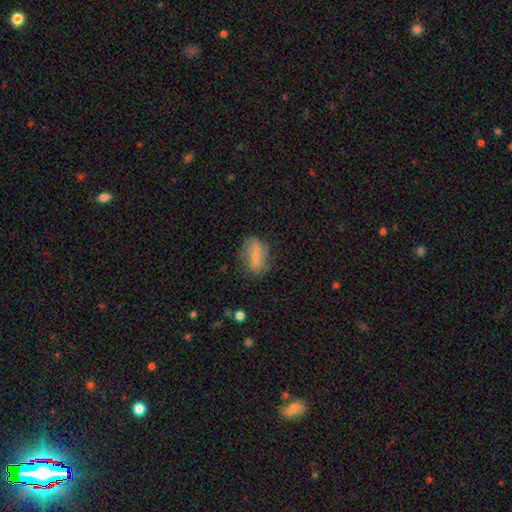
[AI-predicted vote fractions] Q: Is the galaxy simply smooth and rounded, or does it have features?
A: featured or disk — 48%.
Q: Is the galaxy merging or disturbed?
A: none — 64%.